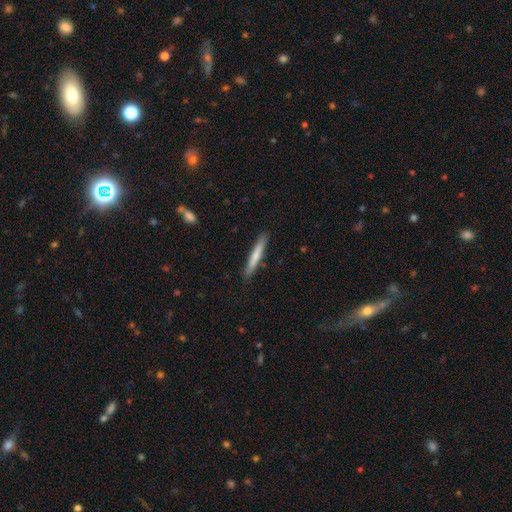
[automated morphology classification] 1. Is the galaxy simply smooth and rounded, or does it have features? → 70% smooth, 24% featured or disk, 5% star or artifact.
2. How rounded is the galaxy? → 95% cigar-shaped, 4% in between, 1% round.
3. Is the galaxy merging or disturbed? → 87% none, 10% minor disturbance, 2% major disturbance, 1% merger.